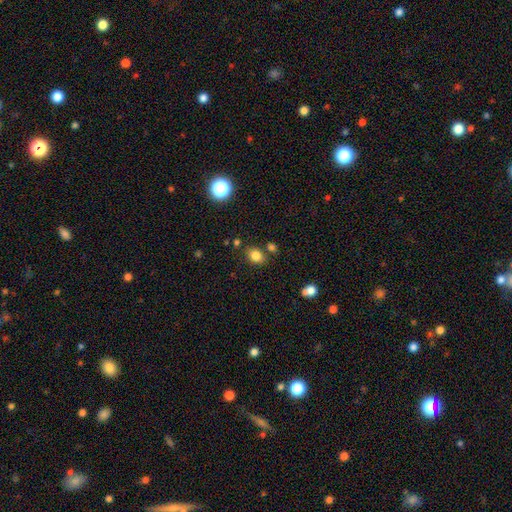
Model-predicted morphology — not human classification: The model was most divided on "how rounded": in between: 59%, round: 40%, cigar-shaped: 1%. More confident: smooth or featured — smooth (82%); merging — none (75%).